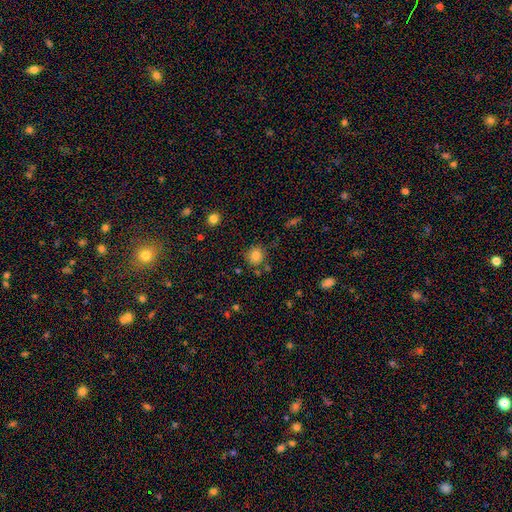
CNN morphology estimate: Smooth or featured: smooth — 83% (star or artifact — 11%)
How rounded: round — 89% (in between — 11%)
Merging: none — 78% (minor disturbance — 13%)